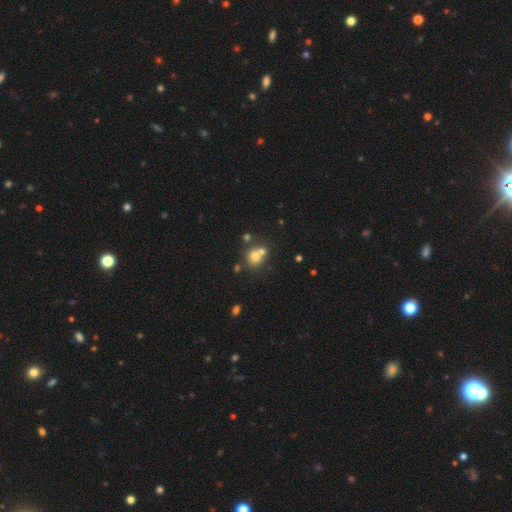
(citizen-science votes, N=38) Smooth or featured: smooth — 76% (featured or disk — 16%)
How rounded: round — 90% (in between — 10%)
Merging: none — 66% (merger — 31%)